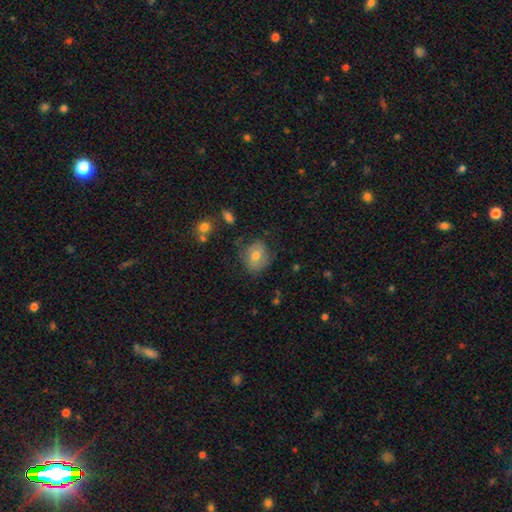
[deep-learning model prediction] Morphology: type=smooth (63%); roundness=round (61%); merging=none (64%).